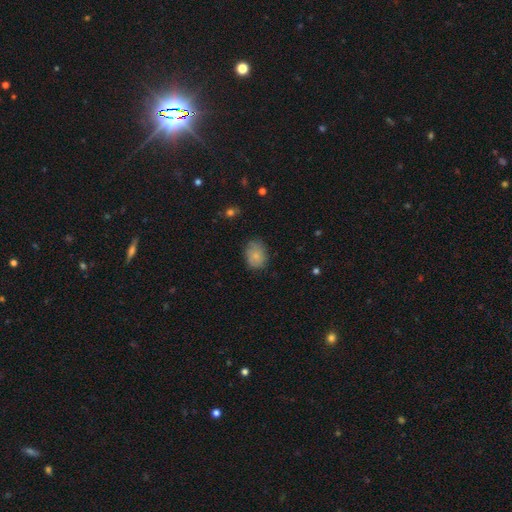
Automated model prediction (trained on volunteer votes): Q: Smooth or featured?
A: smooth (77%); runner-up: featured or disk (15%)
Q: How rounded?
A: in between (68%); runner-up: round (31%)
Q: Merging?
A: none (70%); runner-up: minor disturbance (23%)